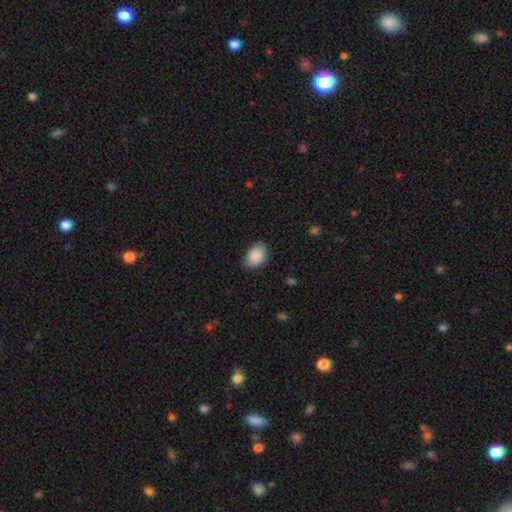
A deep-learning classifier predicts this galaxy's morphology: smooth-or-featured: smooth: 89% | star or artifact: 7% | featured or disk: 4%
  how-rounded: in between: 73% | round: 26% | cigar-shaped: 1%
  merging: none: 77% | minor disturbance: 19% | major disturbance: 3% | merger: 1%